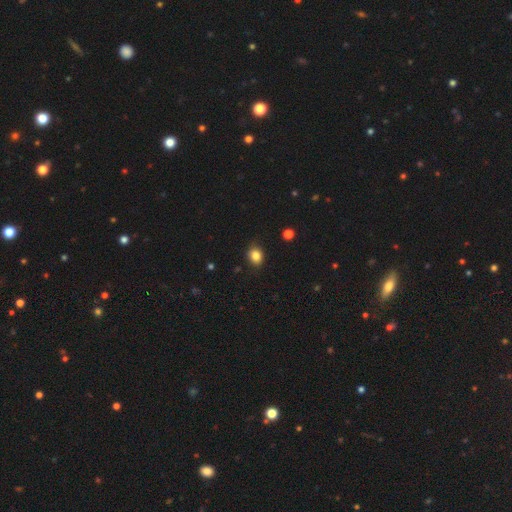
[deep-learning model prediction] Q: Smooth or featured?
A: smooth (84%); runner-up: star or artifact (11%)
Q: How rounded?
A: round (50%); runner-up: in between (49%)
Q: Merging?
A: none (85%); runner-up: minor disturbance (12%)